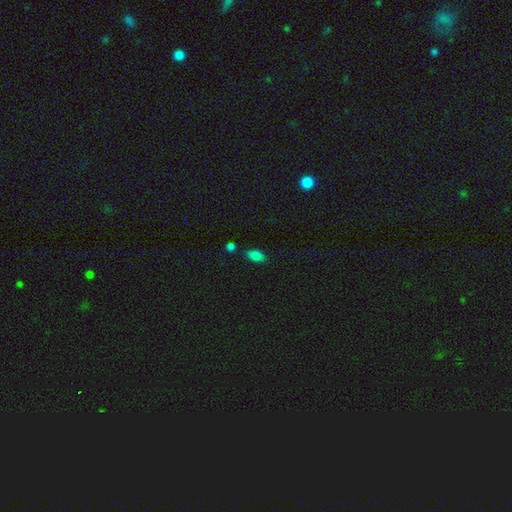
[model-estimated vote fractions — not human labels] Smooth or featured?
  - smooth: 81% *
  - star or artifact: 13%
  - featured or disk: 6%
How rounded?
  - in between: 89% *
  - cigar-shaped: 6%
  - round: 5%
Merging?
  - none: 74% *
  - minor disturbance: 15%
  - merger: 7%
  - major disturbance: 4%